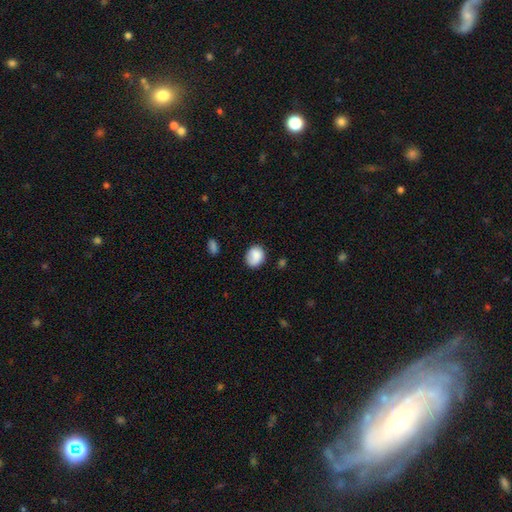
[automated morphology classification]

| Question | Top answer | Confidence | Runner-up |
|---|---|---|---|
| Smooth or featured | smooth | 85% | featured or disk (8%) |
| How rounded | round | 62% | in between (37%) |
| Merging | none | 72% | minor disturbance (21%) |